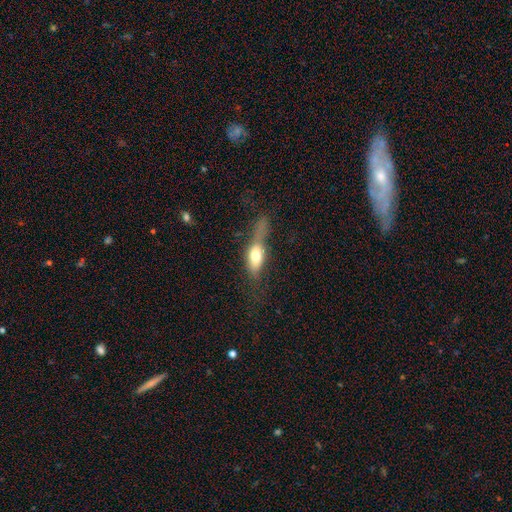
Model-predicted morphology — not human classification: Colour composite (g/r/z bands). It shows a smooth galaxy with no disk features (64%) that is in between round and cigar-shaped (70%). Merging: major disturbance (36%).